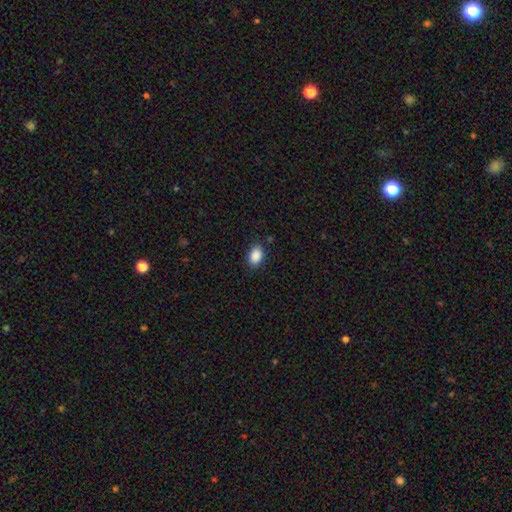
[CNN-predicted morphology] The model was most divided on "how rounded": in between: 85%, round: 13%, cigar-shaped: 1%. More confident: smooth or featured — smooth (89%); merging — none (85%).